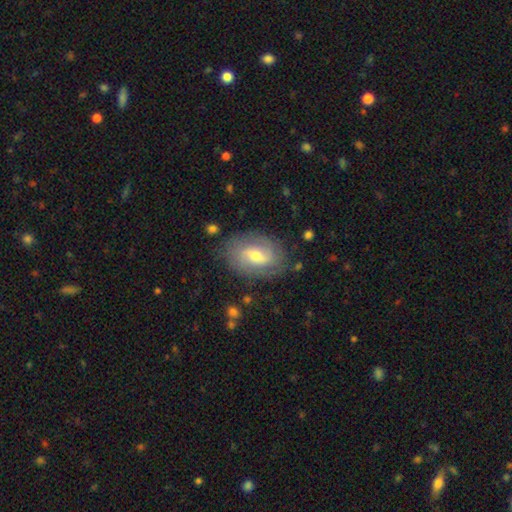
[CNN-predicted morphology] The model was most divided on "bar": weak: 50%, no: 32%, strong: 18%. More confident: edge-on disk — no (94%); merging — none (78%); spiral arms — yes (77%); smooth or featured — featured or disk (60%); bulge size — moderate (58%).